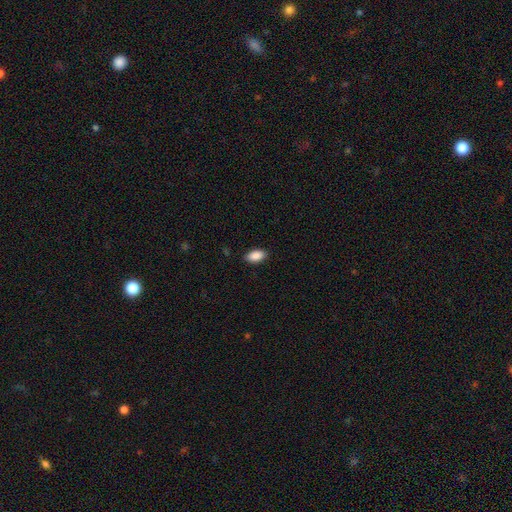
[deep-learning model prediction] smooth_or_featured: smooth (p=0.89) [alt: star or artifact p=0.07]
how_rounded: in between (p=0.94) [alt: round p=0.03]
merging: none (p=0.88) [alt: minor disturbance p=0.09]